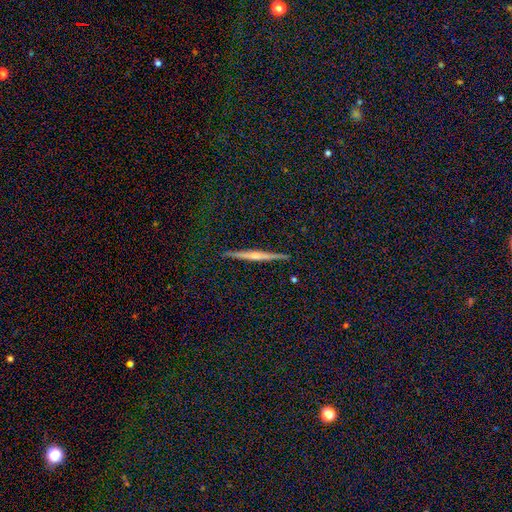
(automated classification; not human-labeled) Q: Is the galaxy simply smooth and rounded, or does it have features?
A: featured or disk — 65%.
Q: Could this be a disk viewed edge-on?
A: yes — 97%.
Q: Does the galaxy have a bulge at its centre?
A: rounded — 62%.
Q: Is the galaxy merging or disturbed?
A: none — 92%.